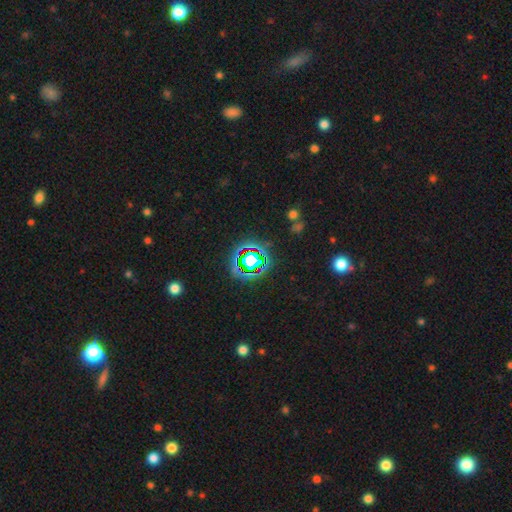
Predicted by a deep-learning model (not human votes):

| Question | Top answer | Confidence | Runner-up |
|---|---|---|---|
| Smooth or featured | star or artifact | 62% | smooth (28%) |